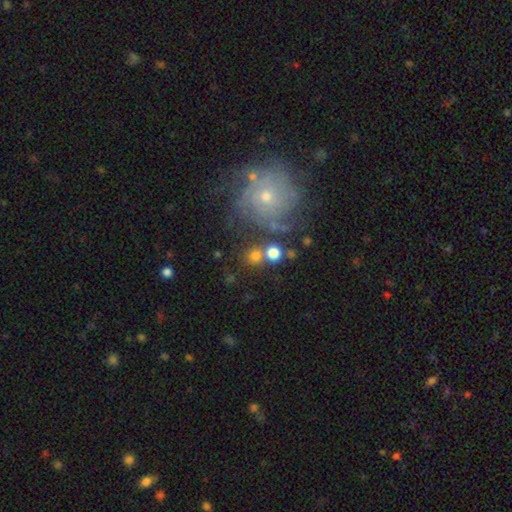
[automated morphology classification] A smooth galaxy with no disk features (73%) that is round (89%). Merging: none (65%).